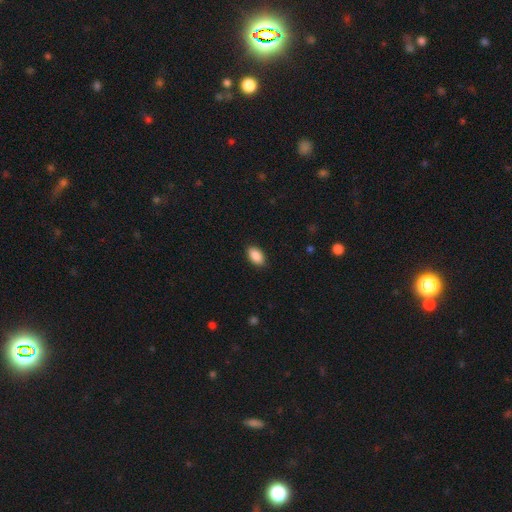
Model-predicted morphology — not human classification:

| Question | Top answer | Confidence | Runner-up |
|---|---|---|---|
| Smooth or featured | smooth | 90% | star or artifact (7%) |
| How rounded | in between | 93% | round (5%) |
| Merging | none | 89% | minor disturbance (8%) |